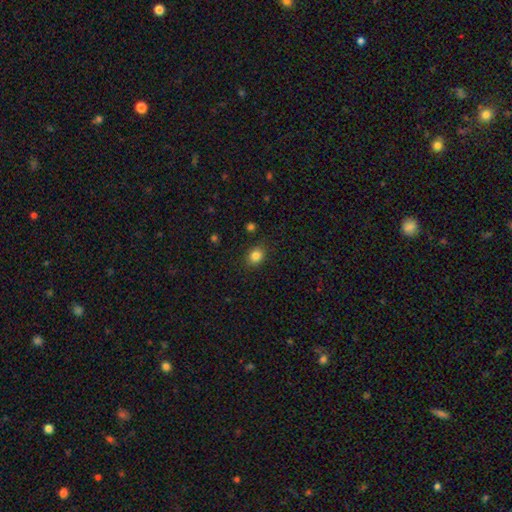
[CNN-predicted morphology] smooth_or_featured: smooth (p=0.84) [alt: star or artifact p=0.11]
how_rounded: round (p=0.60) [alt: in between p=0.39]
merging: none (p=0.87) [alt: minor disturbance p=0.09]